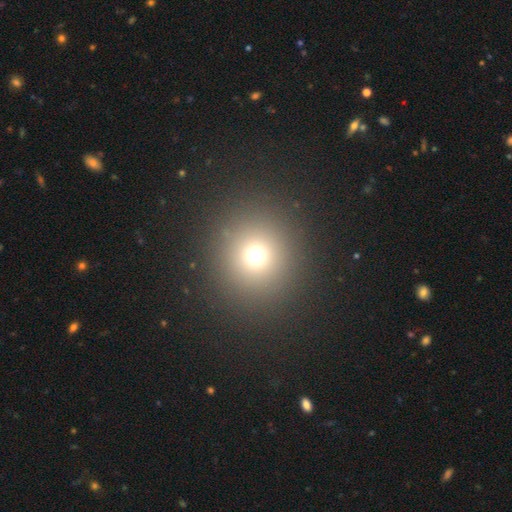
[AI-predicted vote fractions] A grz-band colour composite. It shows a smooth galaxy with no disk features (69%) that is round (93%). Merging: none (89%).